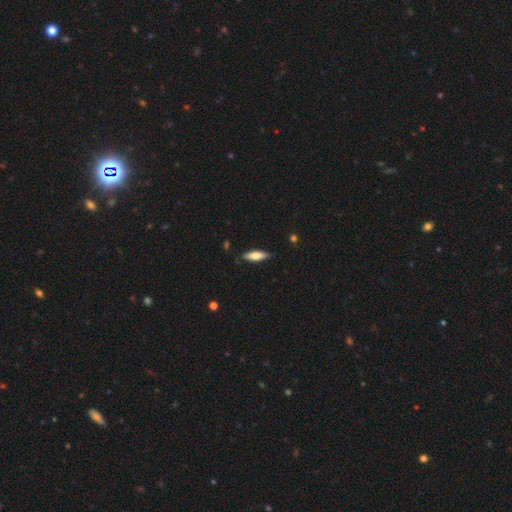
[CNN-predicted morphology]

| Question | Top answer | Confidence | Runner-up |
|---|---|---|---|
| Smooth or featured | smooth | 65% | featured or disk (29%) |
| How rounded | cigar-shaped | 56% | in between (42%) |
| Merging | none | 86% | minor disturbance (11%) |